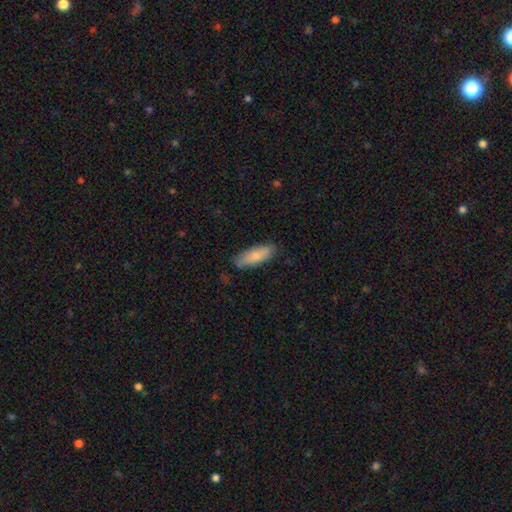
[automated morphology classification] A smooth galaxy with no disk features (79%) that is in between round and cigar-shaped (65%).

Vote fractions:
- Smooth or featured? smooth: 79% / featured or disk: 15% / star or artifact: 6%
- How rounded? in between: 65% / cigar-shaped: 33% / round: 2%
- Merging? none: 80% / minor disturbance: 16% / major disturbance: 3% / merger: 1%